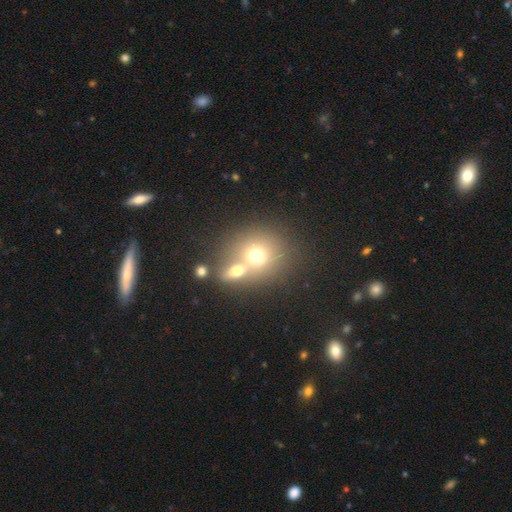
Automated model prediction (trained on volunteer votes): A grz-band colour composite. It shows a smooth galaxy with no disk features (65%) that is round (75%). Merging: merger (56%).